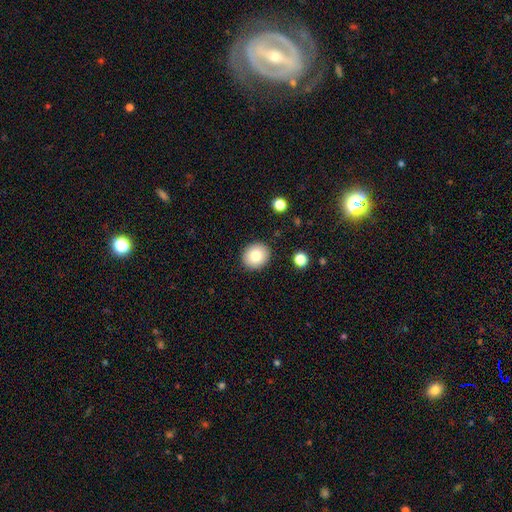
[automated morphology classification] smooth_or_featured: smooth (p=0.80) [alt: featured or disk p=0.10]
how_rounded: round (p=0.79) [alt: in between p=0.20]
merging: none (p=0.90) [alt: minor disturbance p=0.07]